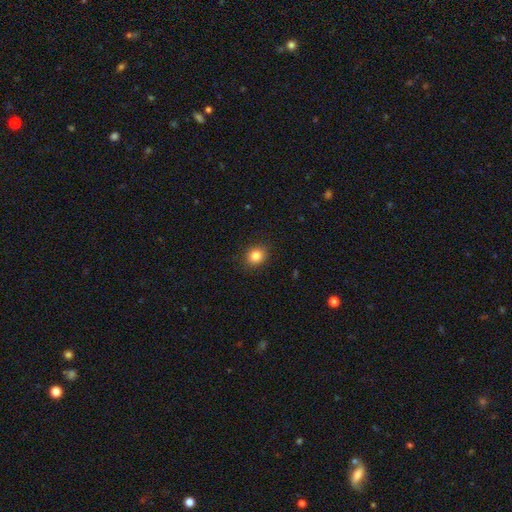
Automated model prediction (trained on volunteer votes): smooth 84%, star or artifact 10%, featured or disk 5%. Down the decision tree: how rounded — round (70%); merging — none (89%).